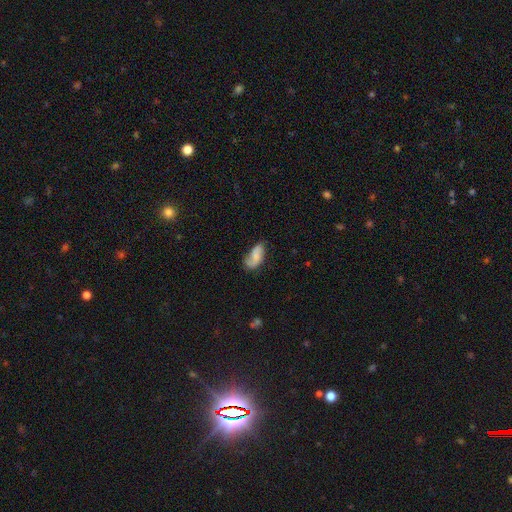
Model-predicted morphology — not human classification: This is possibly a smooth galaxy (48%). Merging: possibly none (55%).